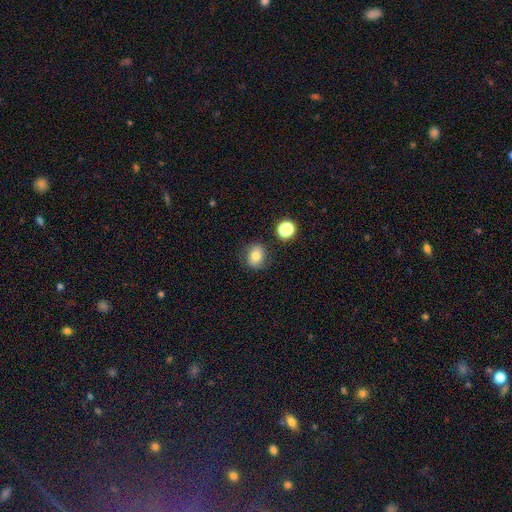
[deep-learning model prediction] smooth_or_featured: smooth (p=0.75) [alt: star or artifact p=0.13]
how_rounded: round (p=0.64) [alt: in between p=0.35]
merging: none (p=0.80) [alt: minor disturbance p=0.13]